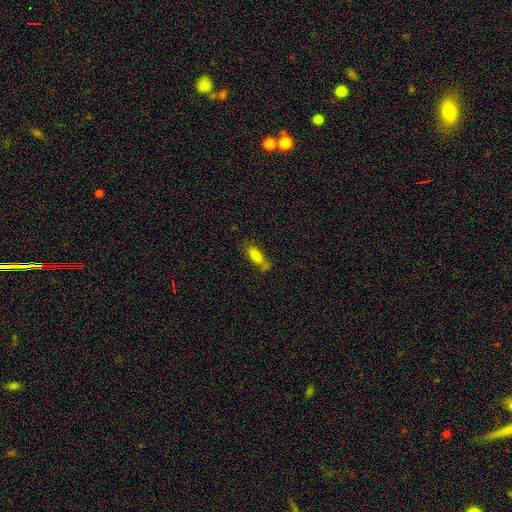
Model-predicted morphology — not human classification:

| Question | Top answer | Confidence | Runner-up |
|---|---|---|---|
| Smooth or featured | smooth | 79% | featured or disk (12%) |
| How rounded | in between | 71% | cigar-shaped (27%) |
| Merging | none | 51% | minor disturbance (24%) |